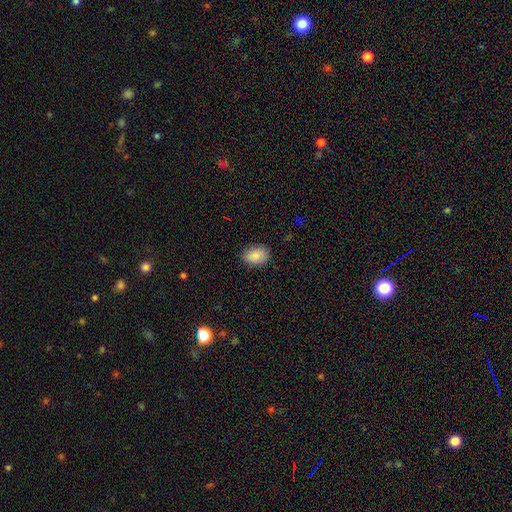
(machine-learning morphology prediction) smooth-or-featured: smooth: 88% | star or artifact: 7% | featured or disk: 5%
  how-rounded: in between: 79% | round: 20% | cigar-shaped: 1%
  merging: none: 85% | minor disturbance: 12% | major disturbance: 3% | merger: 1%